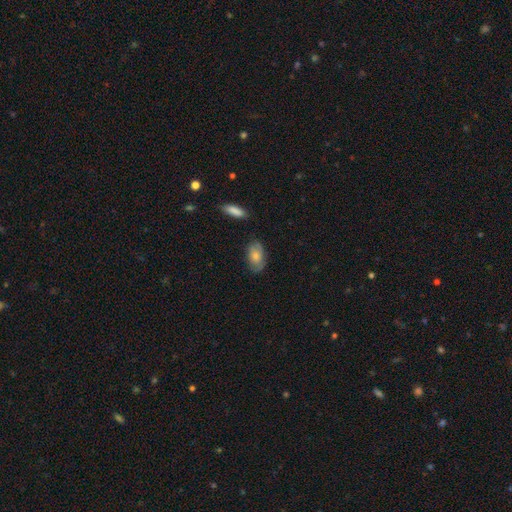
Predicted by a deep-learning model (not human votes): Smooth or featured?
  - smooth: 72% *
  - featured or disk: 22%
  - star or artifact: 6%
How rounded?
  - in between: 91% *
  - round: 6%
  - cigar-shaped: 3%
Merging?
  - none: 73% *
  - minor disturbance: 21%
  - major disturbance: 4%
  - merger: 2%